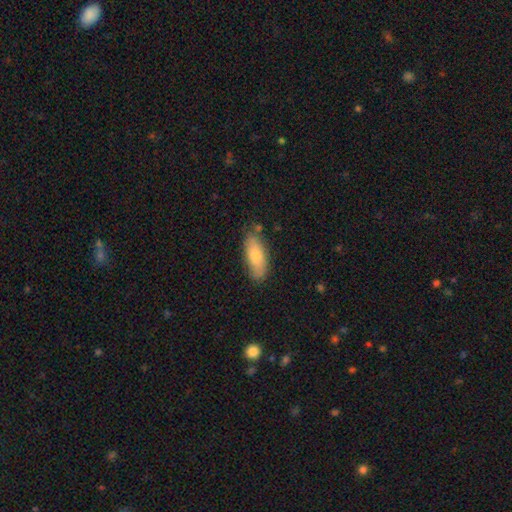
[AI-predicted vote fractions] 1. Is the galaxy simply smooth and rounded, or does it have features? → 73% smooth, 21% featured or disk, 7% star or artifact.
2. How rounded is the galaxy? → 75% in between, 23% cigar-shaped, 2% round.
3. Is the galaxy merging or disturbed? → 79% none, 16% minor disturbance, 3% merger, 3% major disturbance.